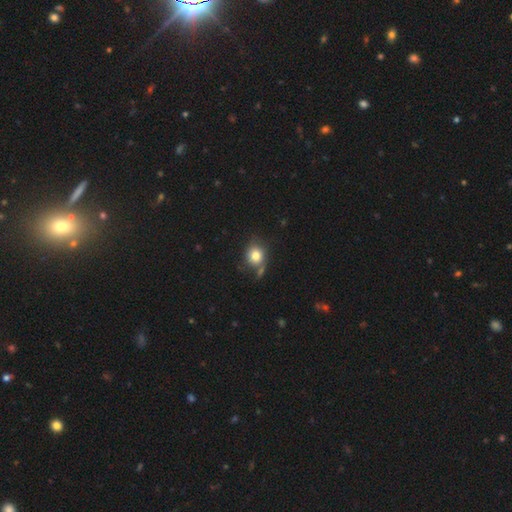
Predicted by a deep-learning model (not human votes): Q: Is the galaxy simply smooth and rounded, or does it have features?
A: smooth — 79%.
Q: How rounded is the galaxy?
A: round — 75%.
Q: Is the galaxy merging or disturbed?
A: none — 64%.